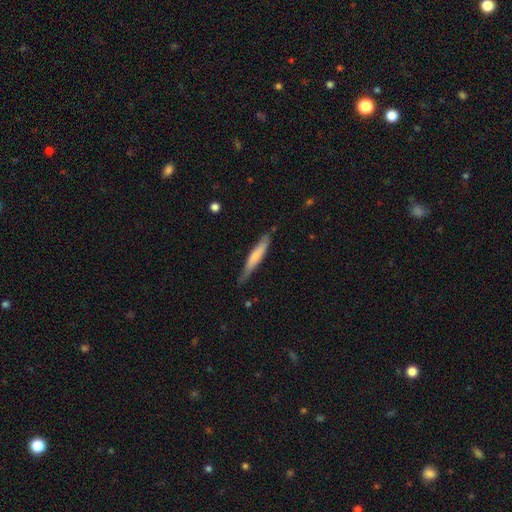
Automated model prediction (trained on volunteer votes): The model was most divided on "smooth or featured": smooth: 63%, featured or disk: 31%, star or artifact: 5%. More confident: how rounded — cigar-shaped (92%); merging — none (72%).